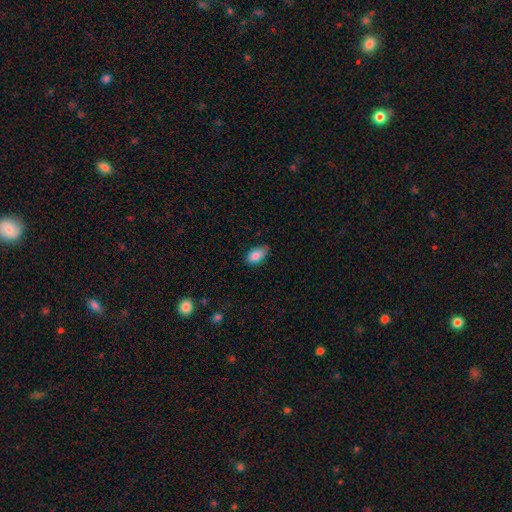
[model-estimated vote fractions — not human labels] Smooth or featured? Predicted: smooth (p=0.87). How rounded? Predicted: in between (p=0.91). Merging? Predicted: none (p=0.67).